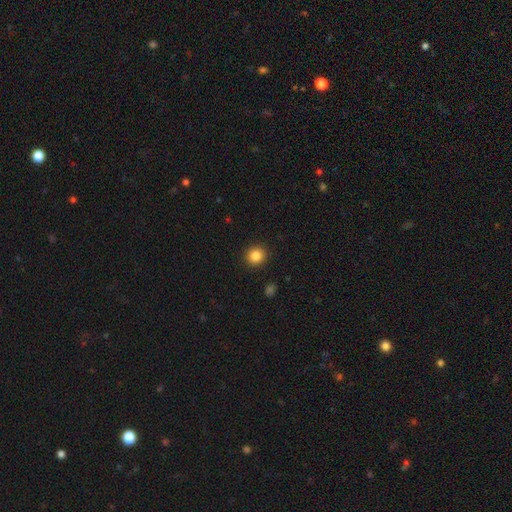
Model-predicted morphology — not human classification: smooth_or_featured: smooth (p=0.85) [alt: star or artifact p=0.10]
how_rounded: round (p=0.91) [alt: in between p=0.08]
merging: none (p=0.92) [alt: minor disturbance p=0.05]